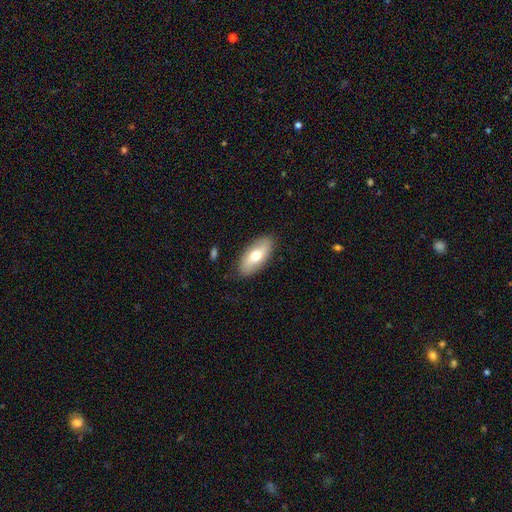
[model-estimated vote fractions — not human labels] A smooth galaxy with no disk features (65%) that is in between round and cigar-shaped (89%).

Vote fractions:
- Smooth or featured? smooth: 65% / featured or disk: 29% / star or artifact: 6%
- How rounded? in between: 89% / cigar-shaped: 9% / round: 3%
- Merging? none: 86% / minor disturbance: 10% / major disturbance: 2% / merger: 1%